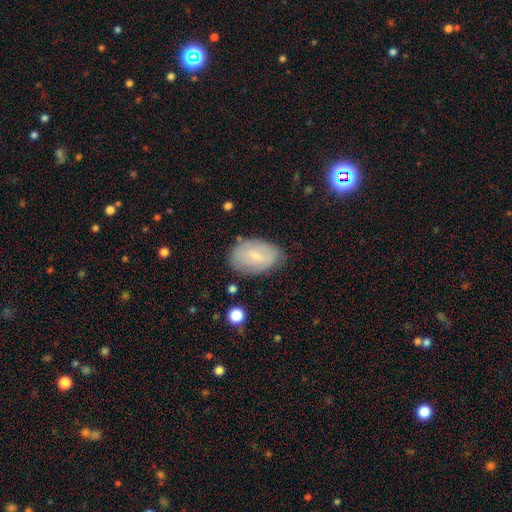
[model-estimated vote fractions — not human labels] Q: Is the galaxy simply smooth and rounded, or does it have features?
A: smooth — 69%.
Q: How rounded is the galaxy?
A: in between — 90%.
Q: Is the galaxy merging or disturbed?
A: none — 77%.